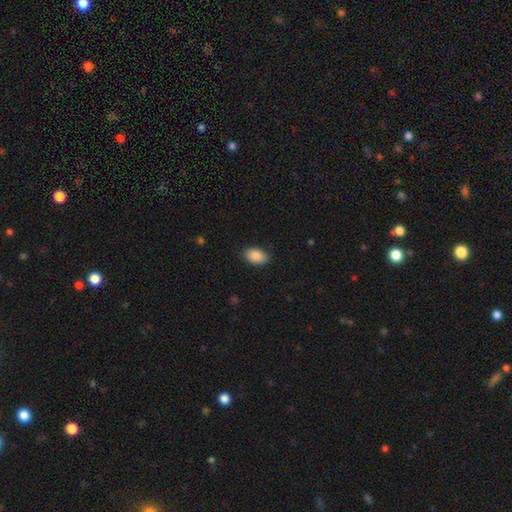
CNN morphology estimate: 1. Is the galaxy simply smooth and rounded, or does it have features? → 89% smooth, 7% star or artifact, 5% featured or disk.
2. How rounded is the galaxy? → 91% in between, 8% round, 1% cigar-shaped.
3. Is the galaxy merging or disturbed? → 83% none, 13% minor disturbance, 3% major disturbance, 1% merger.